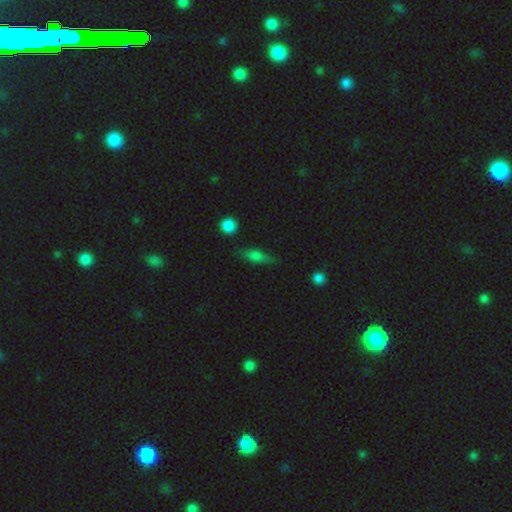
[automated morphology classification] Q: Smooth or featured?
A: smooth (56%); runner-up: featured or disk (32%)
Q: How rounded?
A: in between (47%); runner-up: cigar-shaped (43%)
Q: Merging?
A: none (73%); runner-up: minor disturbance (19%)